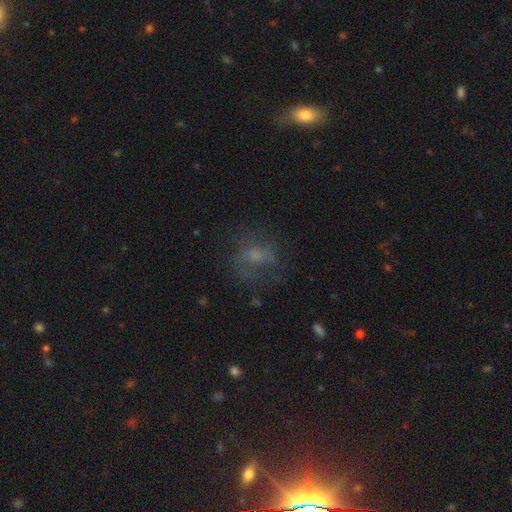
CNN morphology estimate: smooth 43%, featured or disk 36%, star or artifact 21%. Down the decision tree: merging — none (58%).